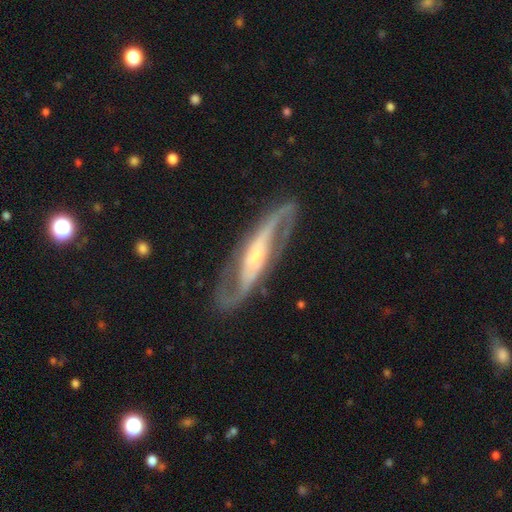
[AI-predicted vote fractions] featured or disk 88%, smooth 7%, star or artifact 4%. Down the decision tree: edge-on disk — no (86%); bar — strong (43%); spiral arms — yes (95%); spiral arm count — 2 (92%); spiral winding — medium (49%); bulge size — small (51%); merging — none (82%).